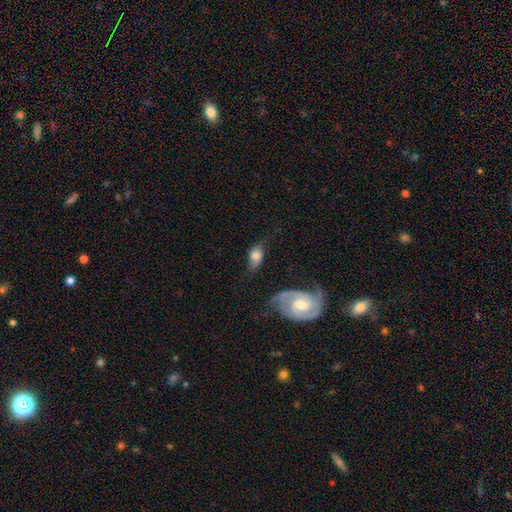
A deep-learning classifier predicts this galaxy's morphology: Overall: smooth (50%; featured or disk 42%). Merging: none (44%; minor disturbance 29%).